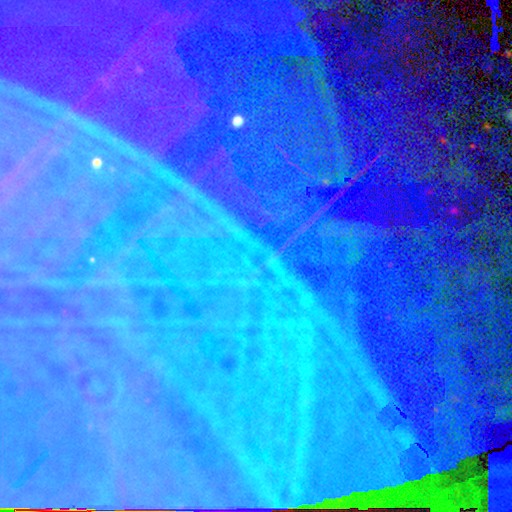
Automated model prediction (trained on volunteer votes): This appears to be a star or artifact, not a galaxy (86%).